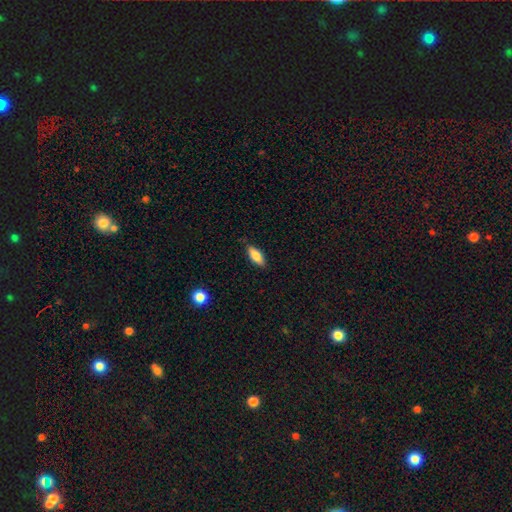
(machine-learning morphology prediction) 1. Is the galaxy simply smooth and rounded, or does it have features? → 79% smooth, 14% featured or disk, 7% star or artifact.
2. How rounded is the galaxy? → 75% in between, 23% cigar-shaped, 3% round.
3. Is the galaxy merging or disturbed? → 84% none, 12% minor disturbance, 2% major disturbance, 1% merger.